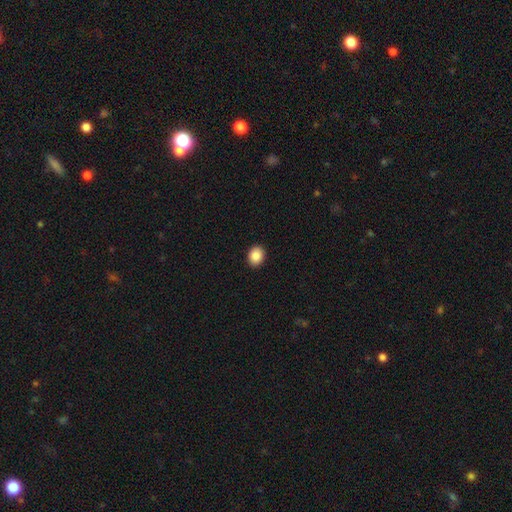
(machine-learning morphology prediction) type=smooth (87%); roundness=in between (53%); merging=none (92%).